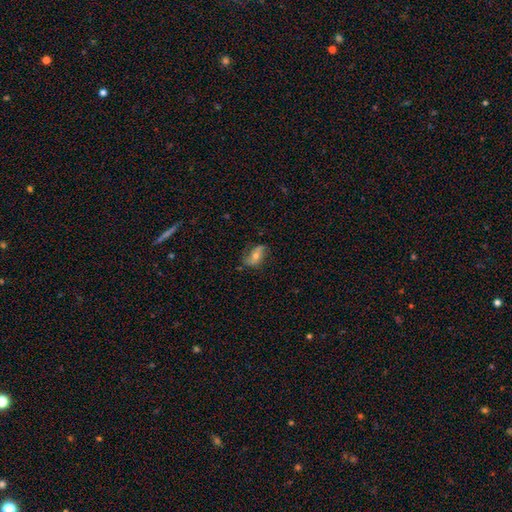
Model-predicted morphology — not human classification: This is possibly a featured or disk galaxy (51%). It is clearly not viewed edge-on (89%). Merging: likely none (66%).